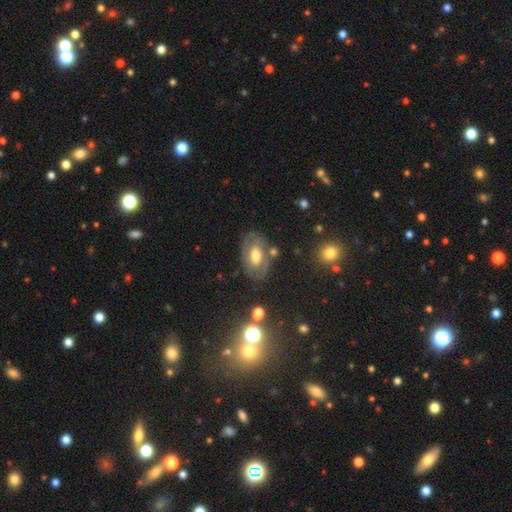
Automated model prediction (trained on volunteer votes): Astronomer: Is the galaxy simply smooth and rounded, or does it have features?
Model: featured or disk — 54% (runner-up: smooth, 36%).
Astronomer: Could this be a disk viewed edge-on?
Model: no — 92%.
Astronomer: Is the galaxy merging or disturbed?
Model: none — 71%.